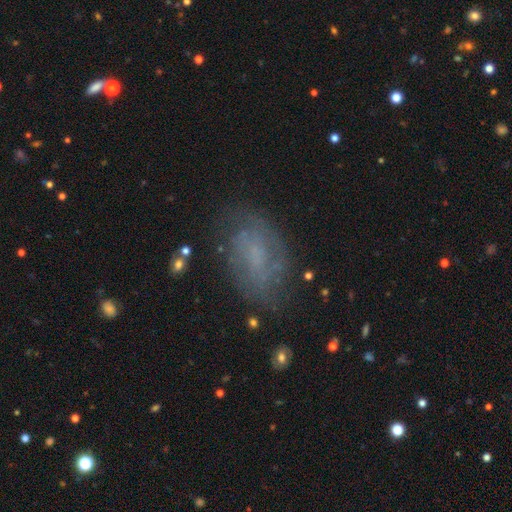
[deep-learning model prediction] Overall: featured or disk (50%; smooth 37%). Merging: none (71%).